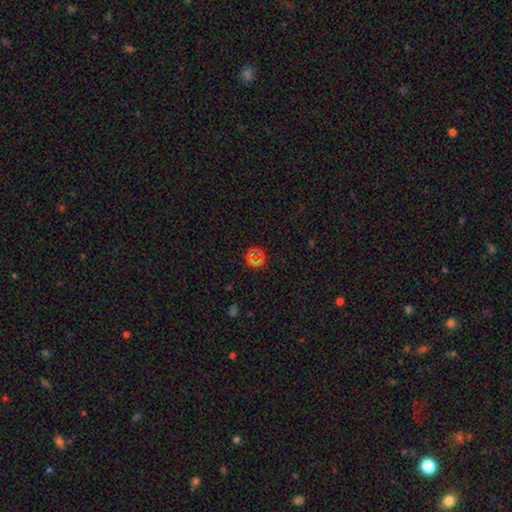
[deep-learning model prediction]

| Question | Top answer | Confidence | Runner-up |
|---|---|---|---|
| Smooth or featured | star or artifact | 65% | smooth (25%) |